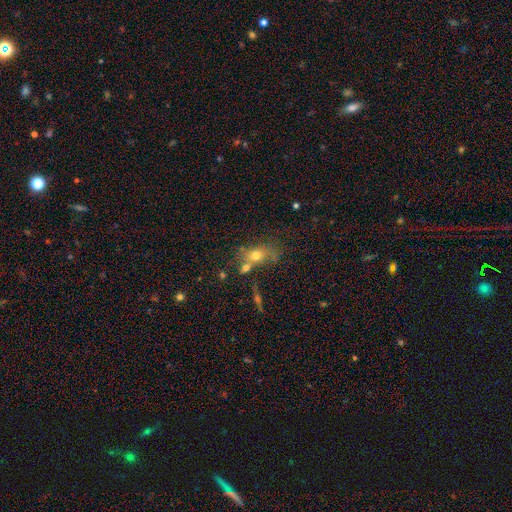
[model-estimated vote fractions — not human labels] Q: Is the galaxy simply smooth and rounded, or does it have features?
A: smooth — 63%.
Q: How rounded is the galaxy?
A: in between — 65%.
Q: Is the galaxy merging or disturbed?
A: none — 39%.